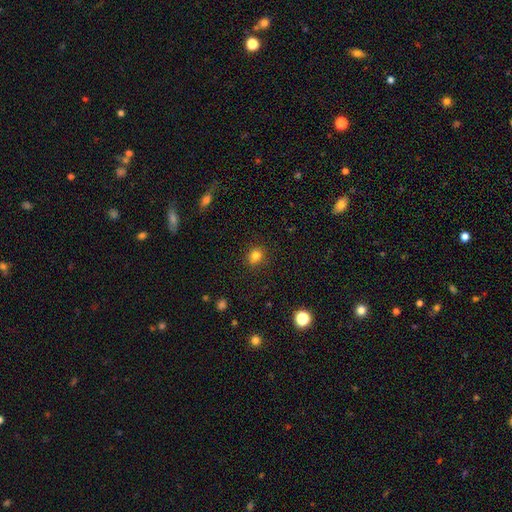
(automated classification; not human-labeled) Overall: smooth (81%). How rounded: round (73%). Merging: none (82%).